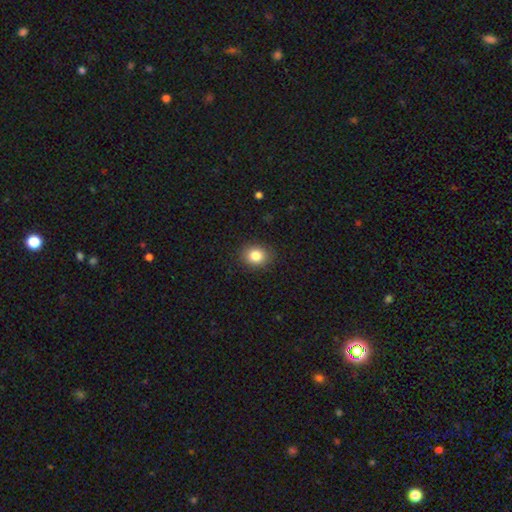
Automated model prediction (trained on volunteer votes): Morphology: type=smooth (84%); roundness=round (59%); merging=none (88%).